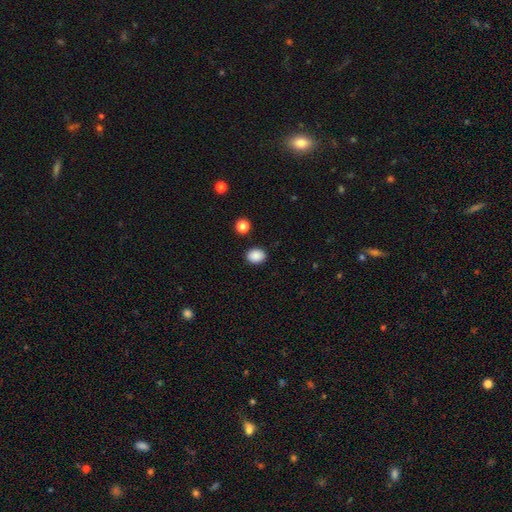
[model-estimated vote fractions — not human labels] This appears to be a smooth galaxy with no disk features (88%) that is in between round and cigar-shaped (53%). Merging: none (89%).